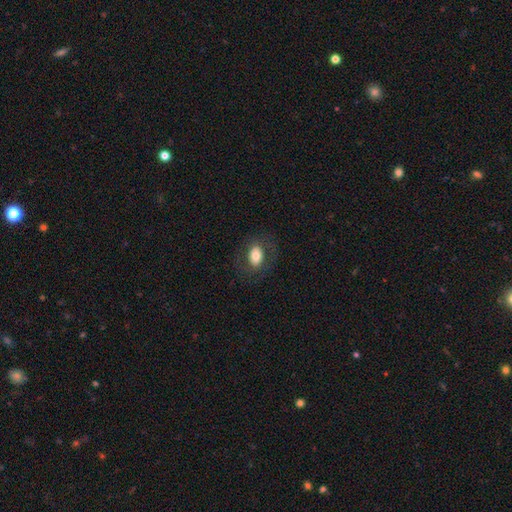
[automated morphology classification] The model was most divided on "smooth or featured": smooth: 72%, featured or disk: 20%, star or artifact: 8%. More confident: how rounded — in between (79%); merging — none (77%).